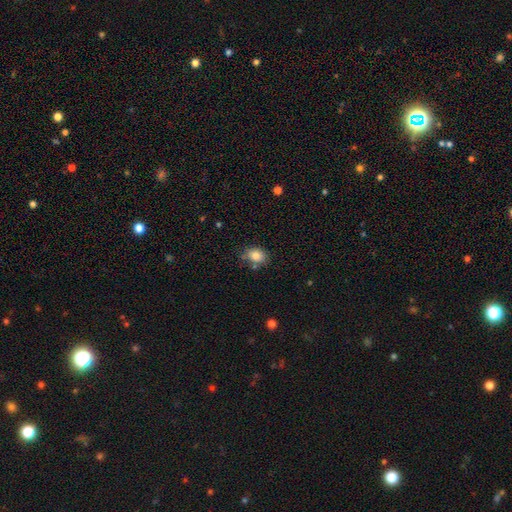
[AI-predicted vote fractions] Morphology: type=smooth (82%); roundness=in between (58%); merging=none (71%).